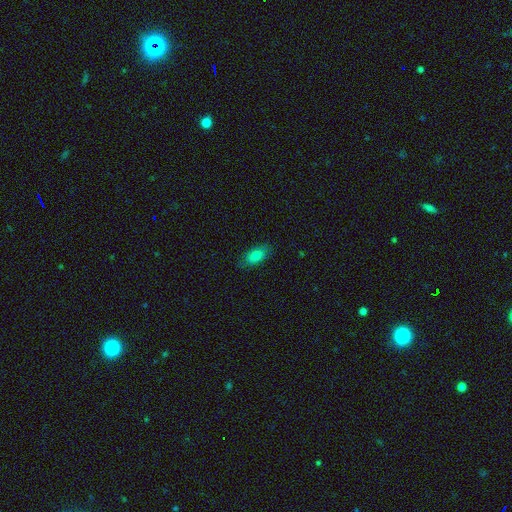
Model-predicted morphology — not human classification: Smooth or featured?
  - smooth: 81% *
  - featured or disk: 11%
  - star or artifact: 8%
How rounded?
  - in between: 88% *
  - cigar-shaped: 8%
  - round: 4%
Merging?
  - none: 83% *
  - minor disturbance: 13%
  - major disturbance: 3%
  - merger: 1%